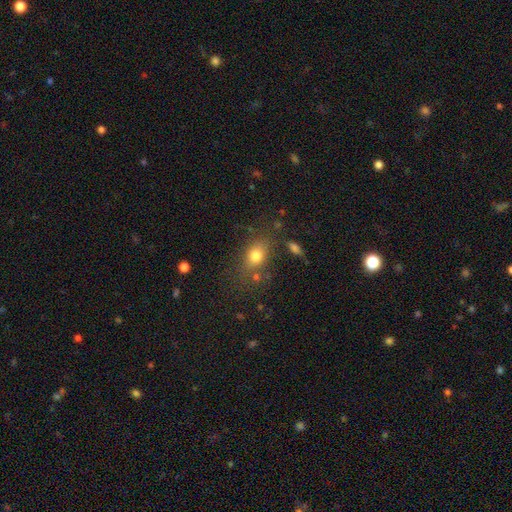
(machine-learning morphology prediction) The model was most divided on "how rounded": in between: 66%, round: 31%, cigar-shaped: 3%. More confident: smooth or featured — smooth (77%); merging — none (72%).